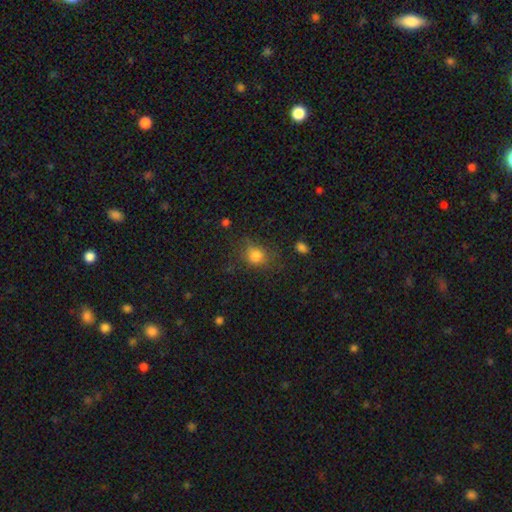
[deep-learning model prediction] Smooth or featured? smooth (79%)
How rounded? round (70%)
Merging? none (70%)